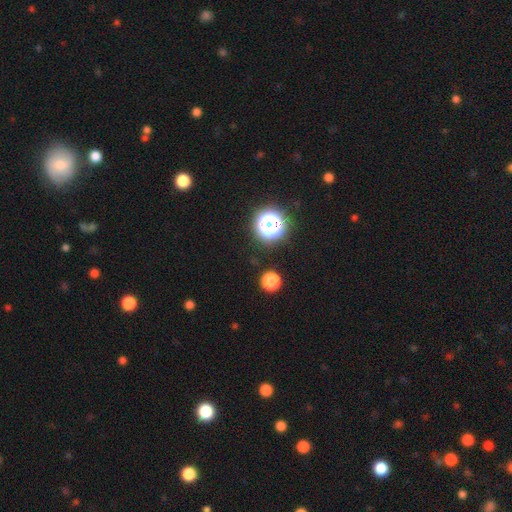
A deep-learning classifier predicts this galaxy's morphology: This is likely a star or artifact rather than a galaxy (78%).